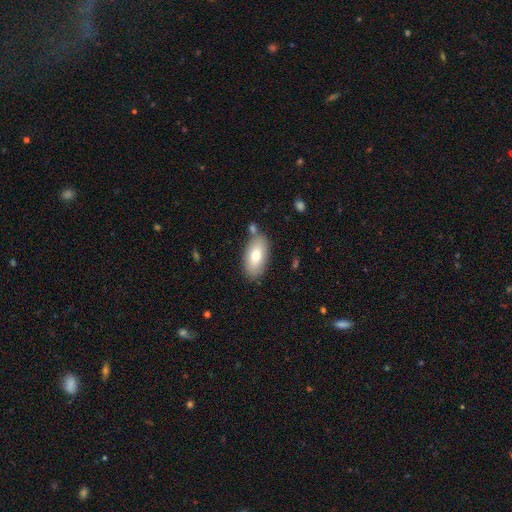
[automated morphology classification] Q: Smooth or featured?
A: smooth (76%); runner-up: featured or disk (18%)
Q: How rounded?
A: in between (93%); runner-up: cigar-shaped (4%)
Q: Merging?
A: none (77%); runner-up: minor disturbance (13%)